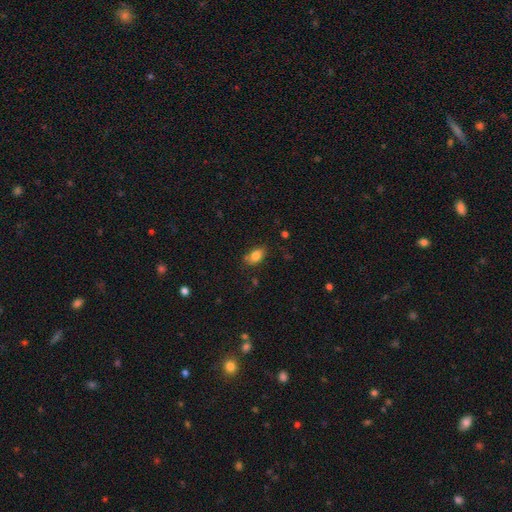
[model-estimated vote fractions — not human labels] Smooth or featured? smooth (83%)
How rounded? in between (84%)
Merging? none (72%)